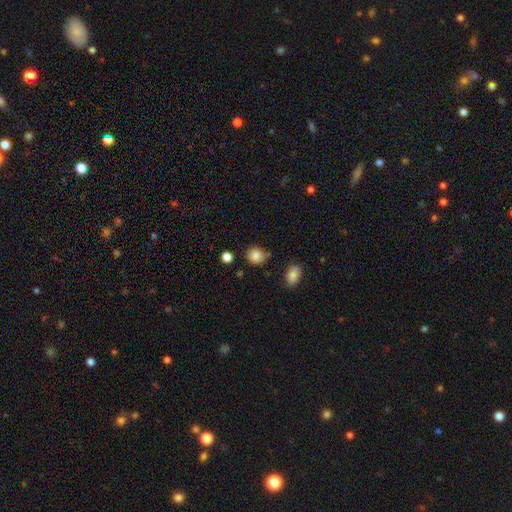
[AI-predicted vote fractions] smooth_or_featured: smooth (p=0.85) [alt: star or artifact p=0.10]
how_rounded: round (p=0.81) [alt: in between p=0.18]
merging: none (p=0.77) [alt: minor disturbance p=0.15]